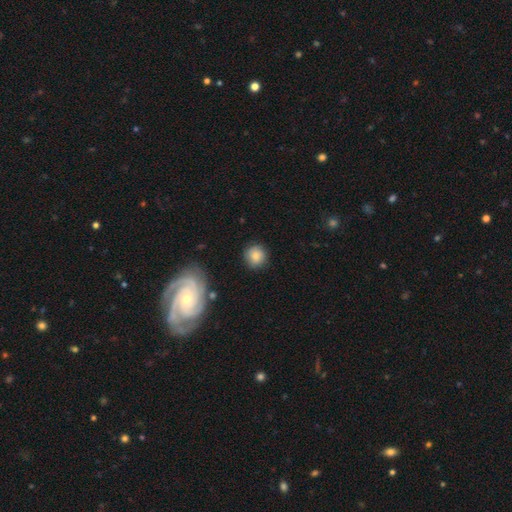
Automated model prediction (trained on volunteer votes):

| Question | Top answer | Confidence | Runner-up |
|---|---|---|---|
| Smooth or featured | smooth | 79% | featured or disk (12%) |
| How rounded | round | 87% | in between (12%) |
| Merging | none | 83% | minor disturbance (12%) |